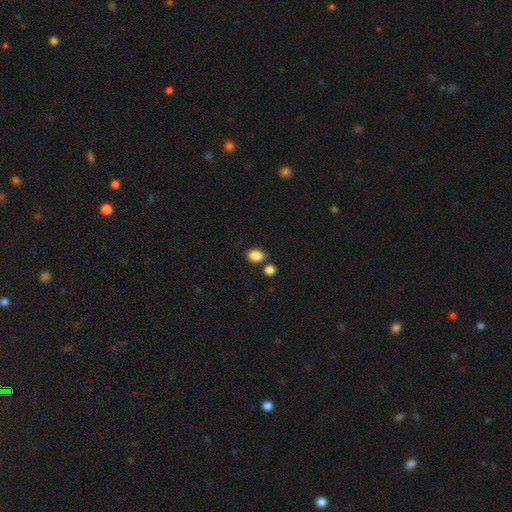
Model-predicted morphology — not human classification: smooth-or-featured: smooth: 87% | star or artifact: 9% | featured or disk: 4%
  how-rounded: in between: 54% | round: 45% | cigar-shaped: 1%
  merging: none: 71% | merger: 14% | minor disturbance: 12% | major disturbance: 3%